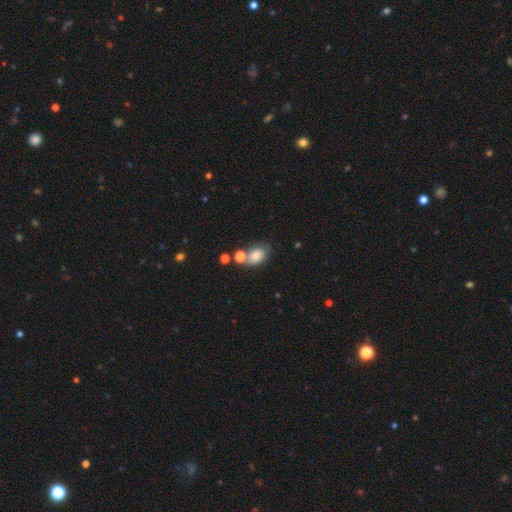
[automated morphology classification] This appears to be a smooth galaxy with no disk features (78%) that is in between round and cigar-shaped (78%). Merging: none (54%).